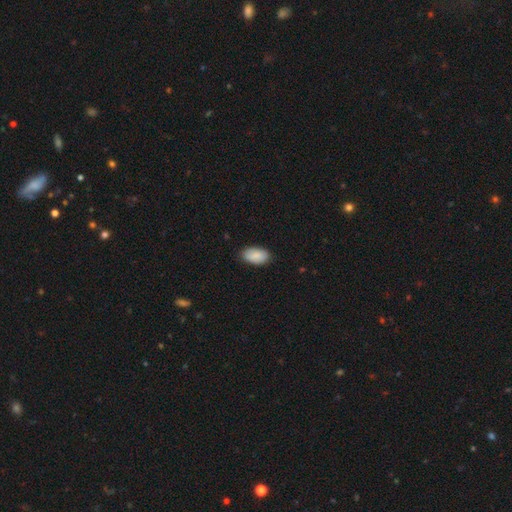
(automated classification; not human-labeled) Morphology: type=smooth (89%); roundness=in between (95%); merging=none (84%).